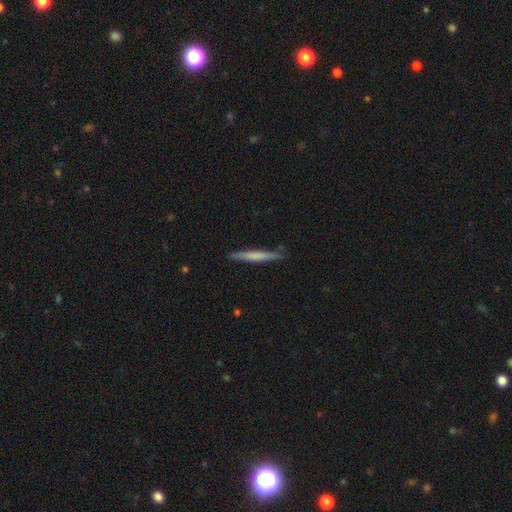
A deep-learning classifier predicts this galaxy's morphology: smooth_or_featured: smooth (p=0.58) [alt: featured or disk p=0.36]
how_rounded: cigar-shaped (p=0.96) [alt: in between p=0.03]
merging: none (p=0.89) [alt: minor disturbance p=0.09]